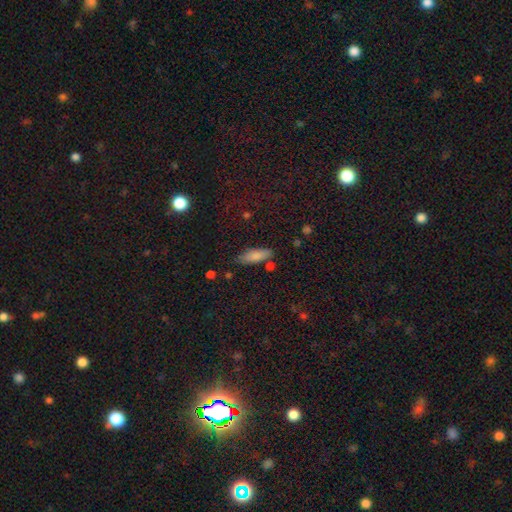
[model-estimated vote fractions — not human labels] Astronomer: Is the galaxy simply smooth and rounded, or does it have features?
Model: smooth — 81%.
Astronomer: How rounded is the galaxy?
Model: in between — 64%.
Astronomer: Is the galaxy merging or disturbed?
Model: none — 75%.